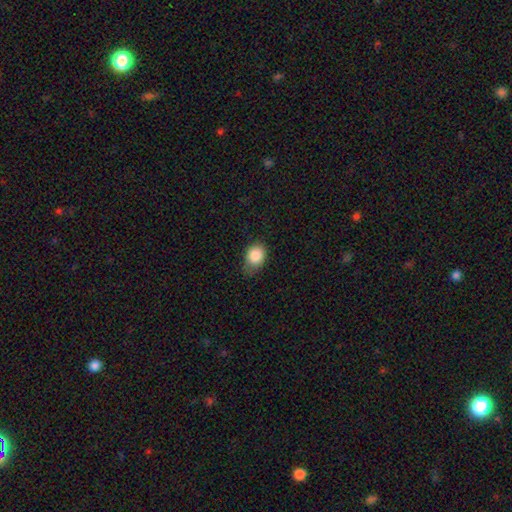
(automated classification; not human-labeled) smooth 87%, star or artifact 9%, featured or disk 5%. Down the decision tree: how rounded — in between (54%); merging — none (60%).